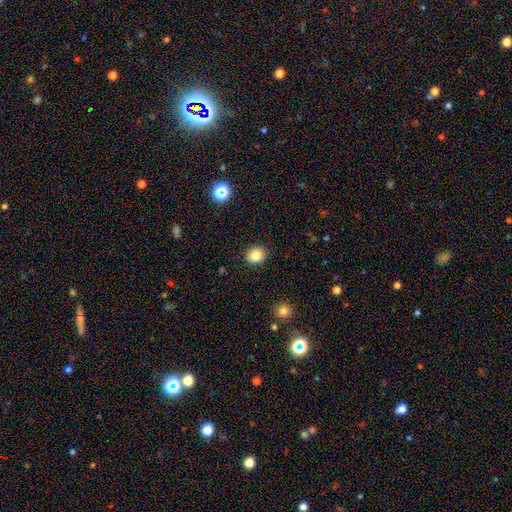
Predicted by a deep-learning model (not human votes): Smooth or featured?
  - smooth: 83% *
  - star or artifact: 11%
  - featured or disk: 6%
How rounded?
  - round: 75% *
  - in between: 24%
  - cigar-shaped: 1%
Merging?
  - none: 90% *
  - minor disturbance: 7%
  - major disturbance: 2%
  - merger: 1%